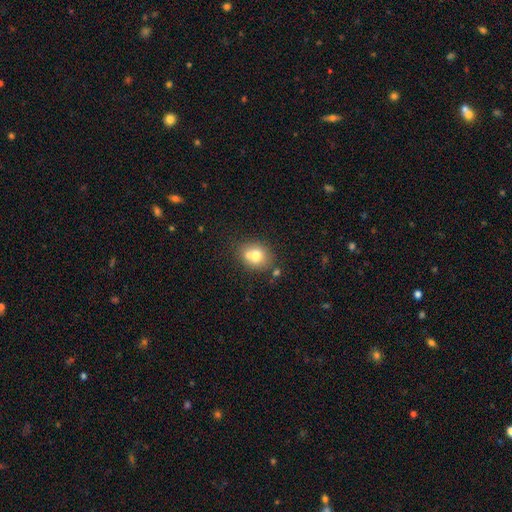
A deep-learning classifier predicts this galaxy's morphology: This appears to be a smooth galaxy with no disk features (72%) that is round (65%). Merging: none (55%).